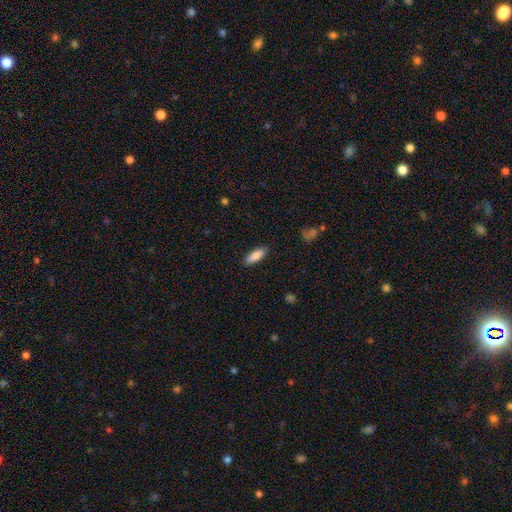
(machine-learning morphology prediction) smooth_or_featured: smooth (p=0.87) [alt: featured or disk p=0.07]
how_rounded: in between (p=0.66) [alt: cigar-shaped p=0.32]
merging: none (p=0.87) [alt: minor disturbance p=0.10]